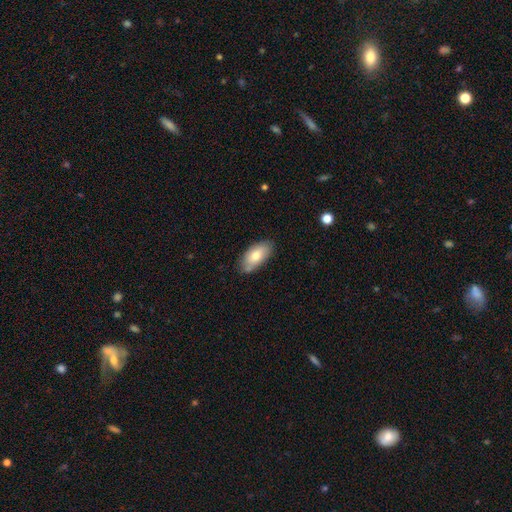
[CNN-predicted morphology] type=smooth (76%); roundness=in between (92%); merging=none (76%).